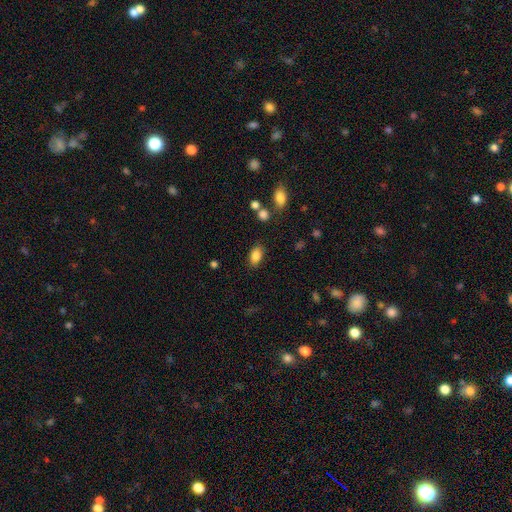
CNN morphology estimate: Q: Smooth or featured?
A: smooth (85%); runner-up: star or artifact (9%)
Q: How rounded?
A: in between (88%); runner-up: round (9%)
Q: Merging?
A: none (83%); runner-up: minor disturbance (11%)